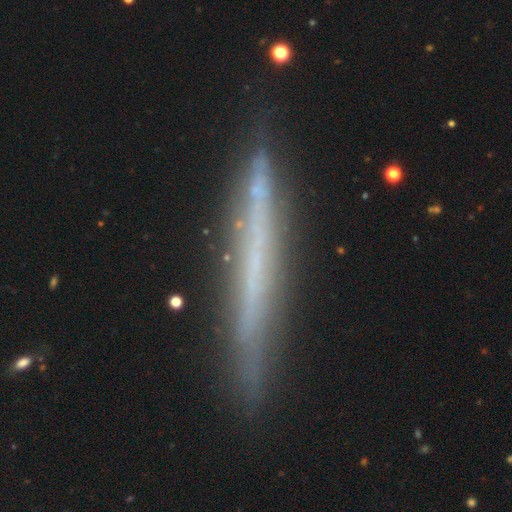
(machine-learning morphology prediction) The model was most divided on "smooth or featured": featured or disk: 64%, smooth: 27%, star or artifact: 9%. More confident: edge-on disk — yes (93%); edge-on bulge — none (92%); merging — none (84%).